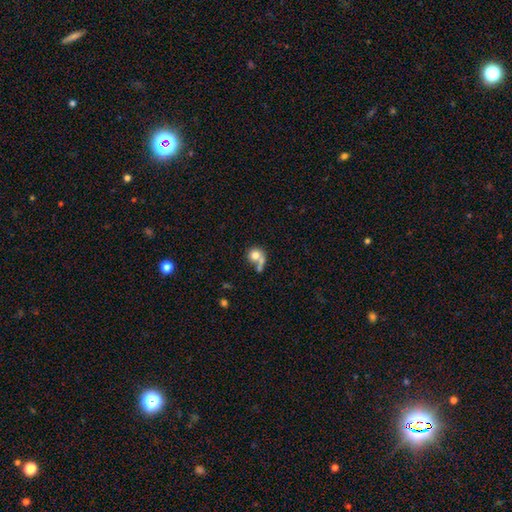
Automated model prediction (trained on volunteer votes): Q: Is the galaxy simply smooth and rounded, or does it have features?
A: smooth — 74%.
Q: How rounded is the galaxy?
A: round — 80%.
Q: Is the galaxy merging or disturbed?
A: merger — 46%.